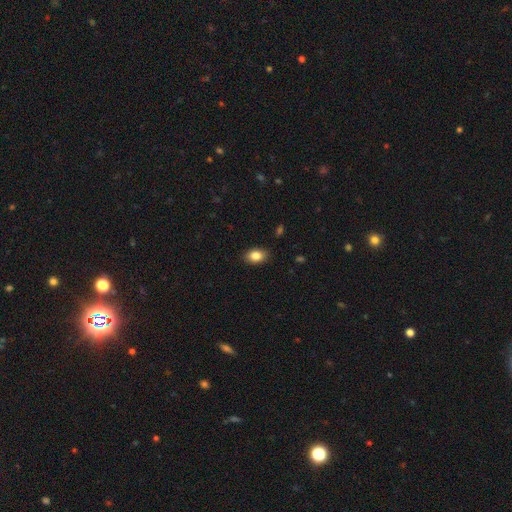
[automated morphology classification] This is clearly a smooth galaxy (85%). How rounded: clearly in between (83%). Merging: clearly none (87%).